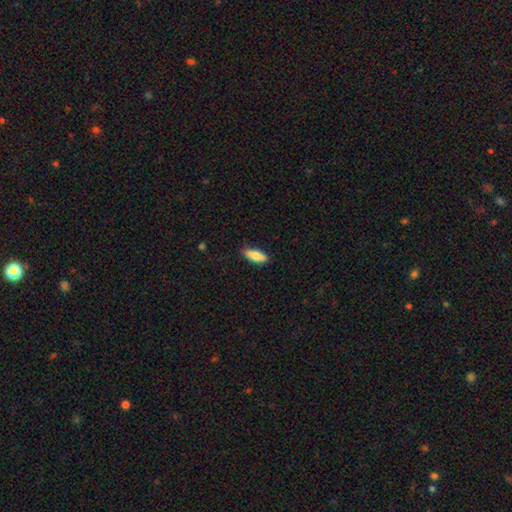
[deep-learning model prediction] A smooth galaxy with no disk features (78%) that is in between round and cigar-shaped (60%). Merging: none (84%).